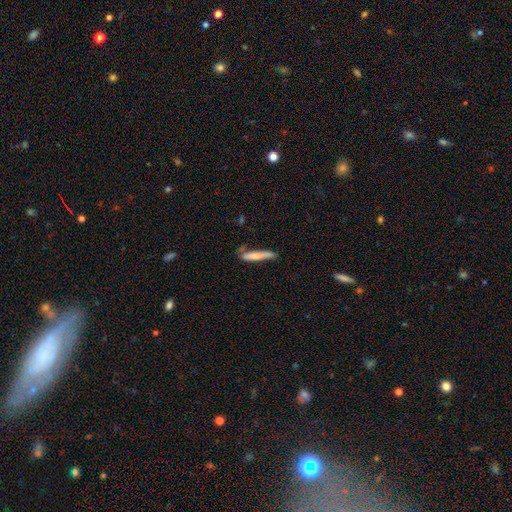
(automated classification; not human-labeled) A smooth galaxy with no disk features (70%) that is cigar-shaped (91%).

Vote fractions:
- Smooth or featured? smooth: 70% / featured or disk: 24% / star or artifact: 6%
- How rounded? cigar-shaped: 91% / in between: 8% / round: 1%
- Merging? none: 64% / minor disturbance: 23% / merger: 7% / major disturbance: 6%